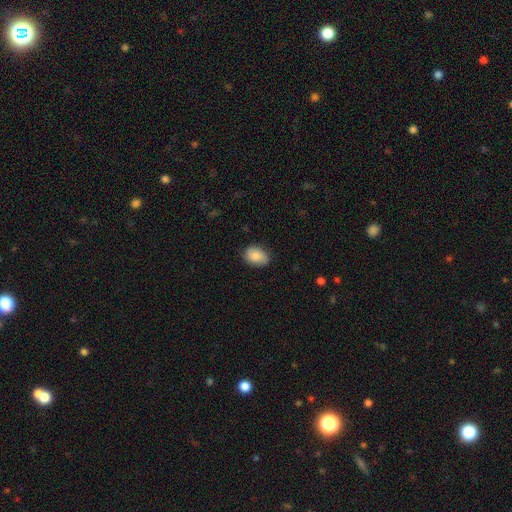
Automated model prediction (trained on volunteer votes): Overall: smooth (83%). How rounded: in between (77%). Merging: none (80%).